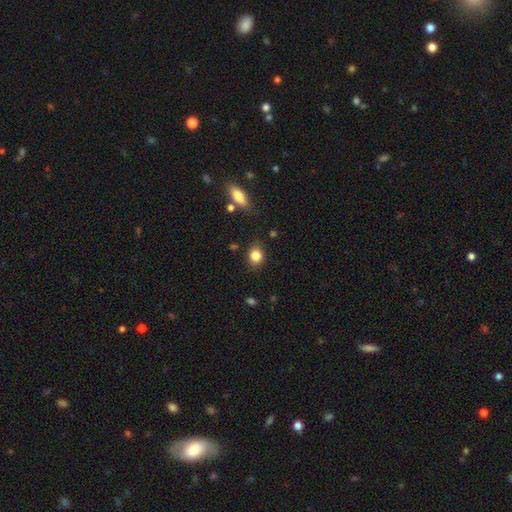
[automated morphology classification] type=smooth (84%); roundness=round (59%); merging=none (82%).